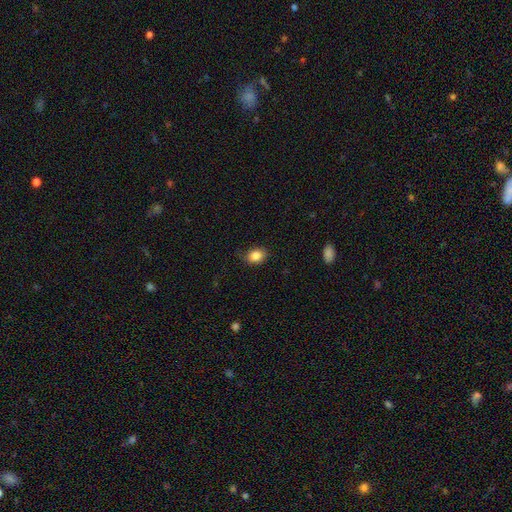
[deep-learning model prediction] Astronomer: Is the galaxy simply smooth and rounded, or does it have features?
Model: smooth — 86%.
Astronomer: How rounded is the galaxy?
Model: in between — 66%.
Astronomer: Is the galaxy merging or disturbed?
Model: none — 76%.